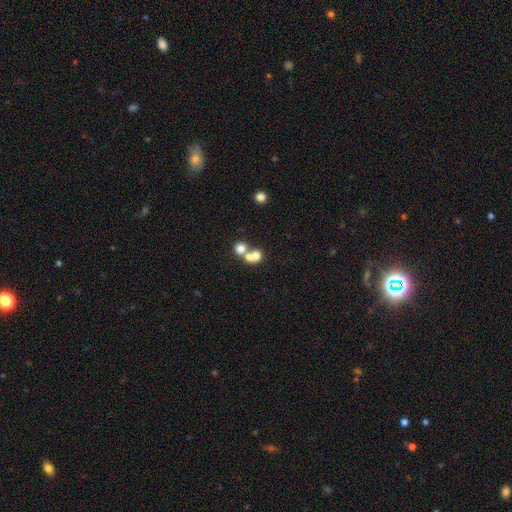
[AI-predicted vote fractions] The model was most divided on "merging": merger: 61%, none: 29%, minor disturbance: 5%, major disturbance: 4%. More confident: how rounded — round (76%); smooth or featured — smooth (66%).